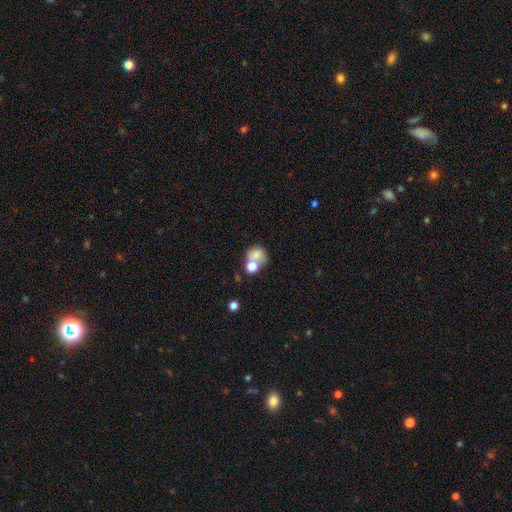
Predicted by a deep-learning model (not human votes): Morphology: type=smooth (72%); roundness=round (72%); merging=merger (47%).